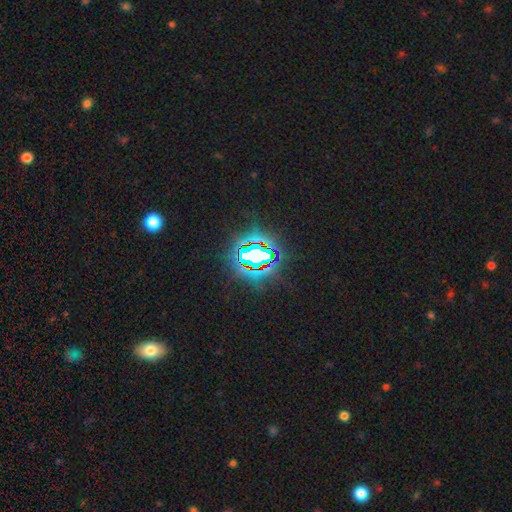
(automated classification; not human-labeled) This appears to be a star or artifact, not a galaxy (75%).